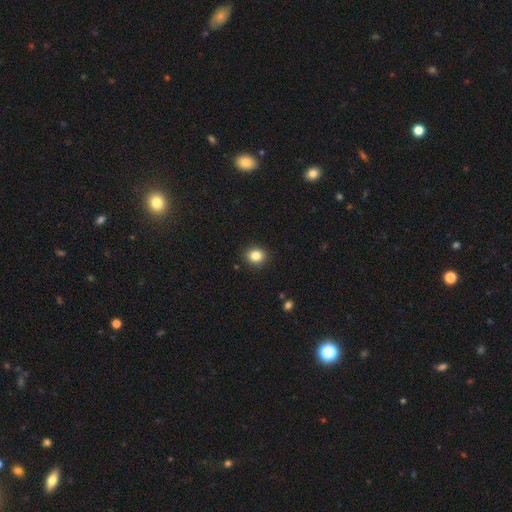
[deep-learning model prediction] The model was most divided on "how rounded": round: 77%, in between: 22%, cigar-shaped: 1%. More confident: merging — none (90%); smooth or featured — smooth (84%).